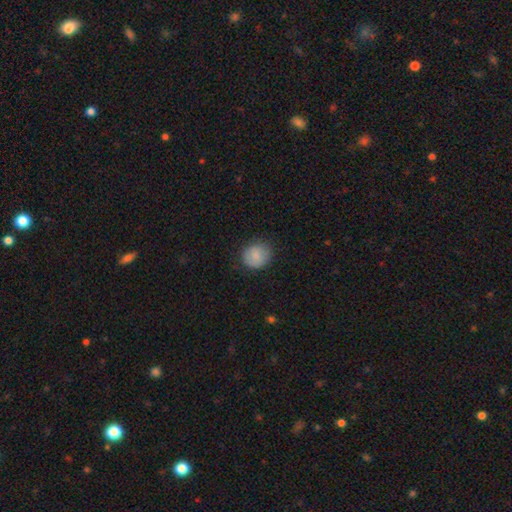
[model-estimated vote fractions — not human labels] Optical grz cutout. It shows a smooth galaxy with no disk features (85%) that is round (77%). Merging: none (78%).